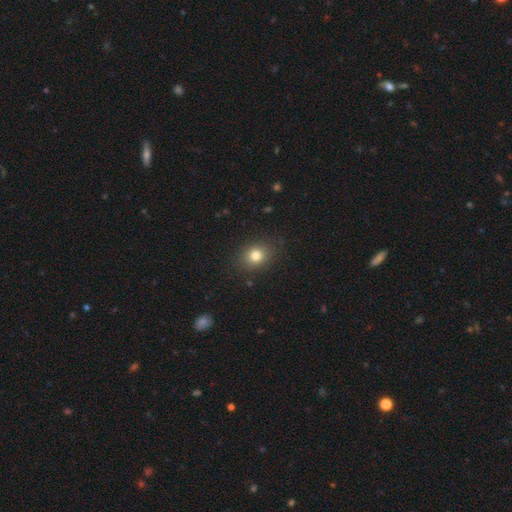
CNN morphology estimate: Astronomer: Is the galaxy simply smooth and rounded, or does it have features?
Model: smooth — 79%.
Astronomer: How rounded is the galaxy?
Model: round — 58% (runner-up: in between, 41%).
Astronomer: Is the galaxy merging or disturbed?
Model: none — 84%.